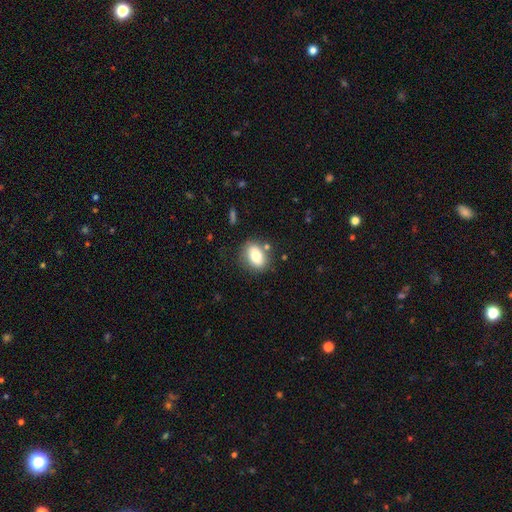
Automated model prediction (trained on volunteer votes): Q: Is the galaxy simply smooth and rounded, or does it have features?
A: smooth — 74%.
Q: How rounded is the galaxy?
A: in between — 71%.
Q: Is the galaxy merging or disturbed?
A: none — 75%.